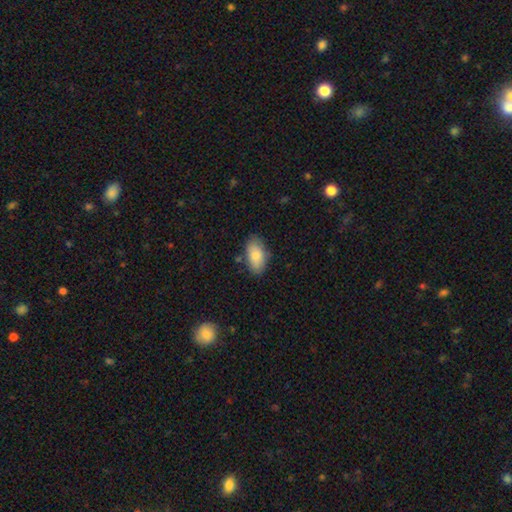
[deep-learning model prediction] smooth-or-featured: smooth: 82% | featured or disk: 11% | star or artifact: 6%
  how-rounded: in between: 93% | round: 4% | cigar-shaped: 3%
  merging: none: 78% | minor disturbance: 16% | major disturbance: 3% | merger: 3%